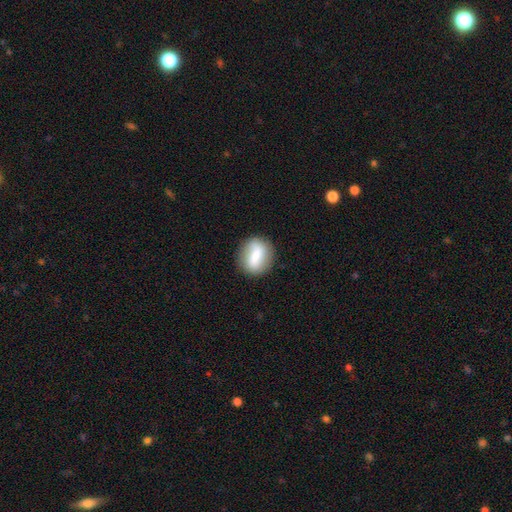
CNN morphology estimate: Smooth or featured?
  - smooth: 63% *
  - featured or disk: 29%
  - star or artifact: 7%
How rounded?
  - round: 63% *
  - in between: 34%
  - cigar-shaped: 3%
Merging?
  - none: 85% *
  - minor disturbance: 10%
  - major disturbance: 3%
  - merger: 2%